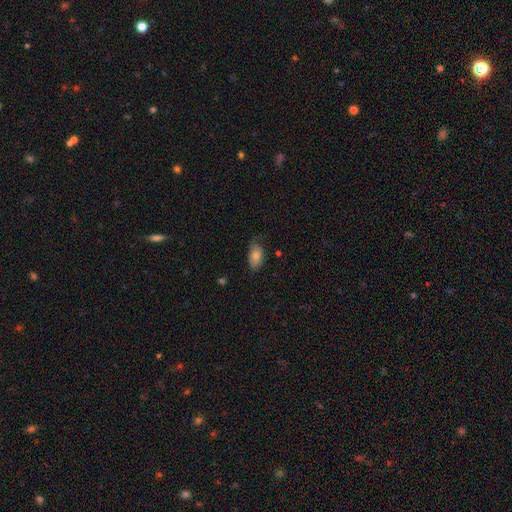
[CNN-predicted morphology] This appears to be a smooth galaxy with no disk features (75%) that is in between round and cigar-shaped (92%). Merging: none (63%).